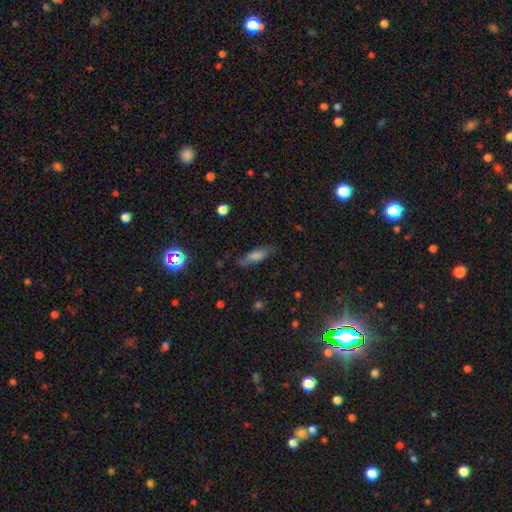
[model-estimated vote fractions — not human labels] A smooth galaxy with no disk features (56%) that is cigar-shaped (54%).

Vote fractions:
- Smooth or featured? smooth: 56% / featured or disk: 28% / star or artifact: 15%
- How rounded? cigar-shaped: 54% / in between: 43% / round: 4%
- Merging? none: 76% / minor disturbance: 17% / major disturbance: 6% / merger: 2%